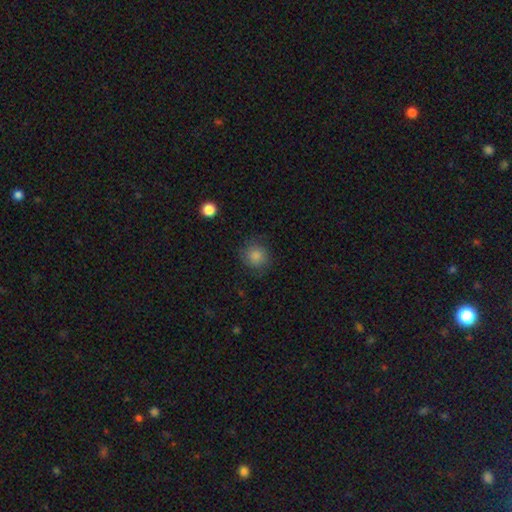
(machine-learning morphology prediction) smooth_or_featured: smooth (p=0.80) [alt: star or artifact p=0.11]
how_rounded: round (p=0.89) [alt: in between p=0.10]
merging: none (p=0.83) [alt: minor disturbance p=0.13]